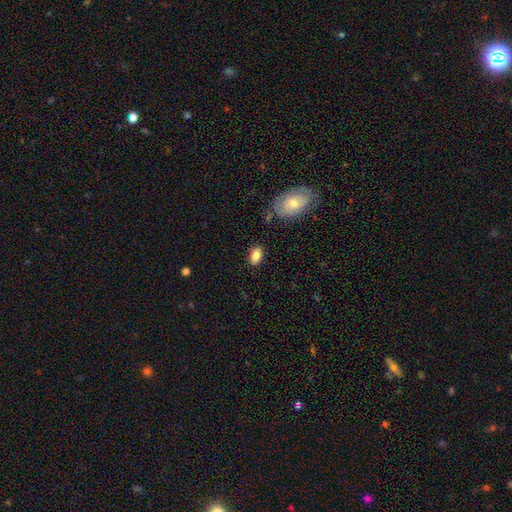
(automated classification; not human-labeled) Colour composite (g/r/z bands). It shows a smooth galaxy with no disk features (83%) that is in between round and cigar-shaped (88%). Merging: none (85%).